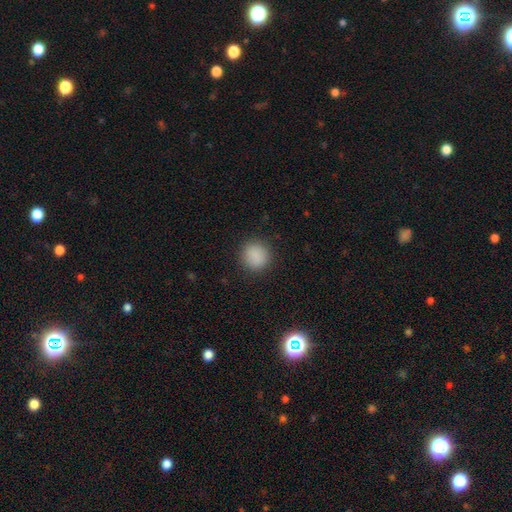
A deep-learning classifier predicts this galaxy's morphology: Smooth or featured? smooth (88%)
How rounded? round (89%)
Merging? none (90%)